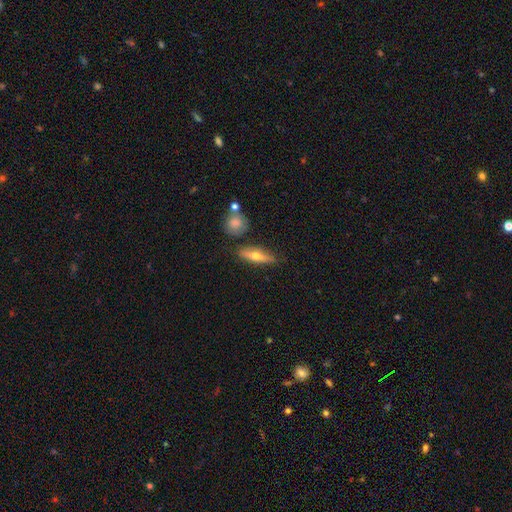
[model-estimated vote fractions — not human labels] The model was most divided on "smooth or featured": featured or disk: 48%, smooth: 45%, star or artifact: 7%. More confident: merging — none (80%).